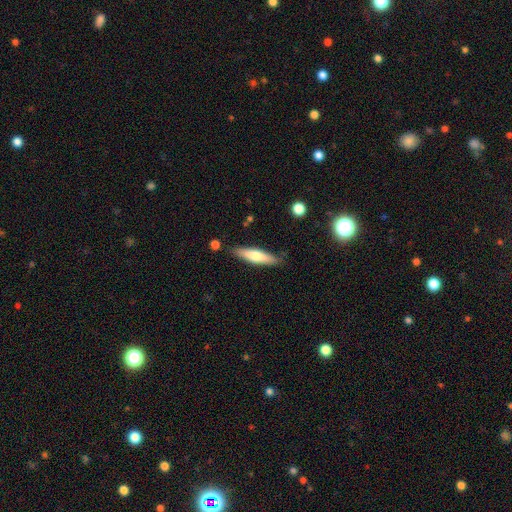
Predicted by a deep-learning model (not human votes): A smooth galaxy with no disk features (61%) that is cigar-shaped (74%). Merging: none (83%).